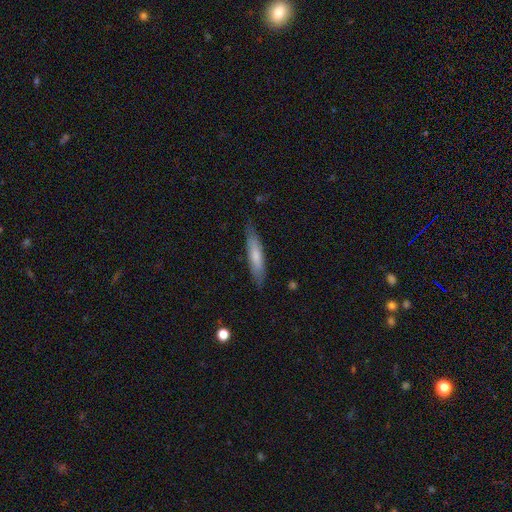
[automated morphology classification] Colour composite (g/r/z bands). It shows a smooth galaxy with no disk features (69%) that is cigar-shaped (83%). Merging: none (82%).